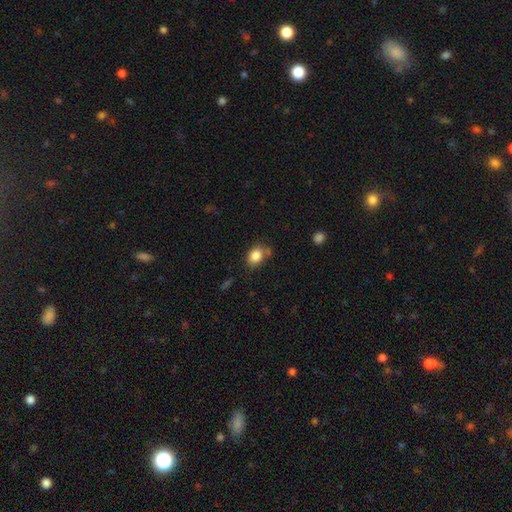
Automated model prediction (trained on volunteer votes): A smooth galaxy with no disk features (84%) that is in between round and cigar-shaped (61%).

Vote fractions:
- Smooth or featured? smooth: 84% / star or artifact: 9% / featured or disk: 6%
- How rounded? in between: 61% / round: 38% / cigar-shaped: 1%
- Merging? none: 65% / minor disturbance: 21% / merger: 9% / major disturbance: 6%